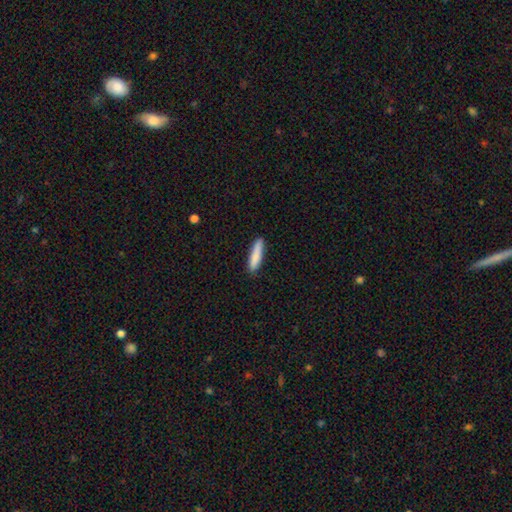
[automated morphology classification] smooth_or_featured: smooth (p=0.86) [alt: featured or disk p=0.09]
how_rounded: cigar-shaped (p=0.84) [alt: in between p=0.15]
merging: none (p=0.88) [alt: minor disturbance p=0.10]